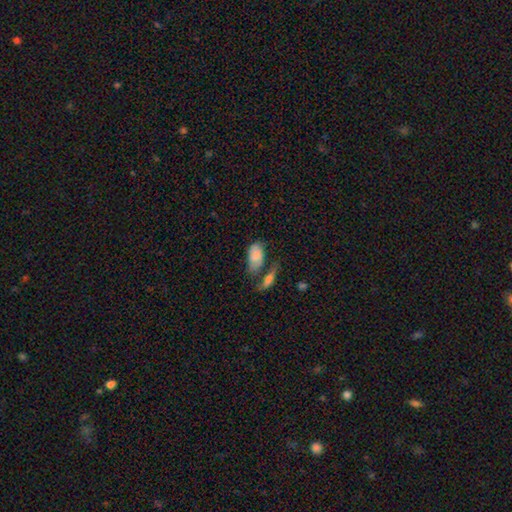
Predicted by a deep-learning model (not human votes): A smooth galaxy with no disk features (79%) that is in between round and cigar-shaped (92%). Merging: none (37%).